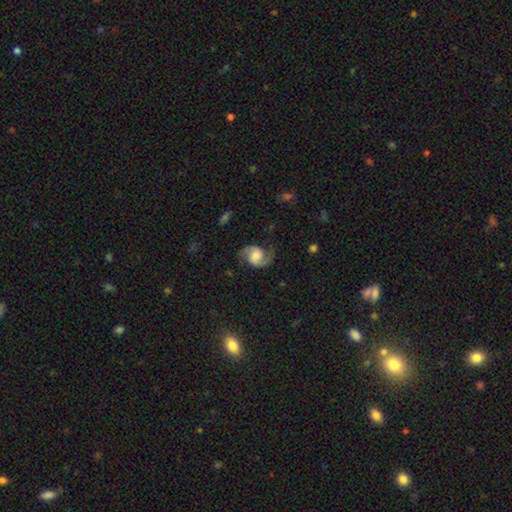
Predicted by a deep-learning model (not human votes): Overall: featured or disk (86%). Edge-on disk: no (98%). Bar: no (51%; weak 39%). Spiral arms: yes (97%). Spiral arm count: 2 (92%). Spiral winding: medium (53%; loose 31%). Bulge size: moderate (45%; small 23%). Merging: none (78%).